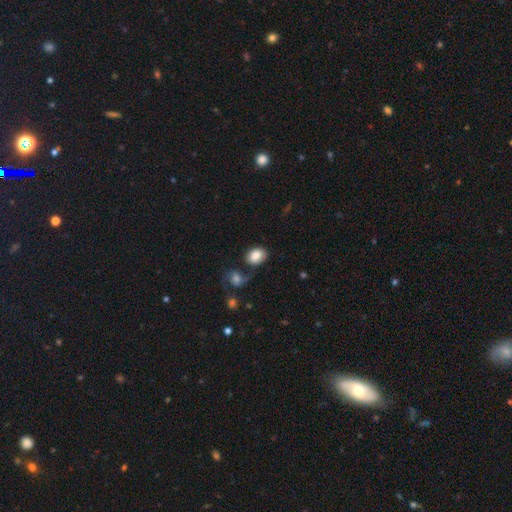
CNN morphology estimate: Overall: smooth (83%). How rounded: in between (69%; round 30%). Merging: none (52%; merger 21%).